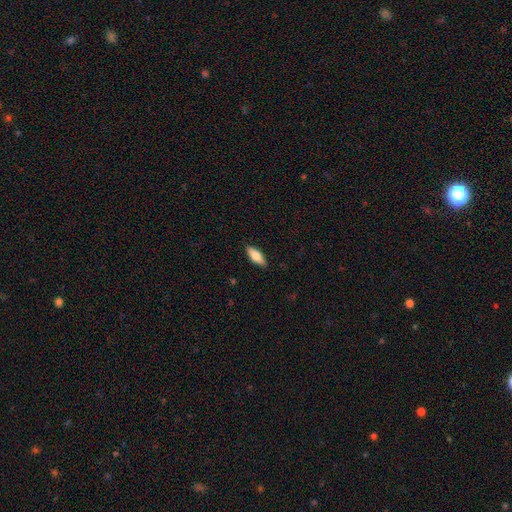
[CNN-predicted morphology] This is likely a smooth galaxy (74%). How rounded: likely in between (71%). Merging: clearly none (88%).